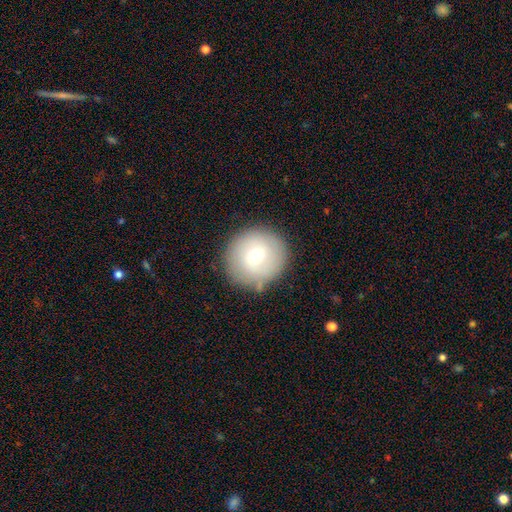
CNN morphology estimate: A smooth galaxy with no disk features (66%) that is round (92%).

Vote fractions:
- Smooth or featured? smooth: 66% / featured or disk: 24% / star or artifact: 10%
- How rounded? round: 92% / in between: 7% / cigar-shaped: 1%
- Merging? none: 81% / minor disturbance: 12% / major disturbance: 4% / merger: 3%